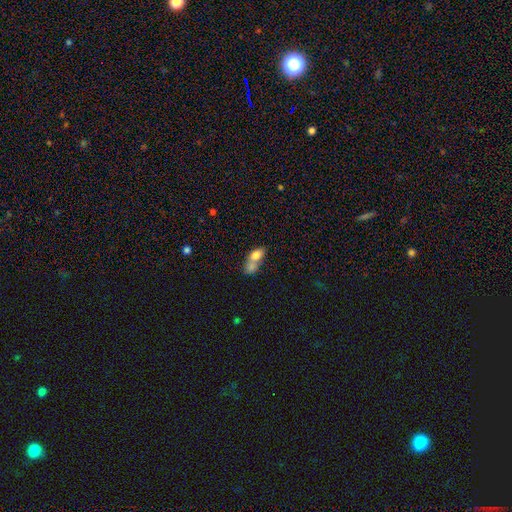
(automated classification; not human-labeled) Overall: smooth (72%). How rounded: in between (75%). Merging: merger (68%).